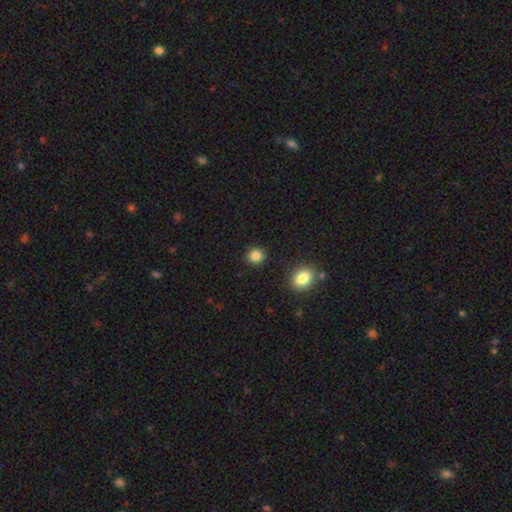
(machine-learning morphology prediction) This is clearly a smooth galaxy (86%). How rounded: clearly round (81%). Merging: clearly none (89%).